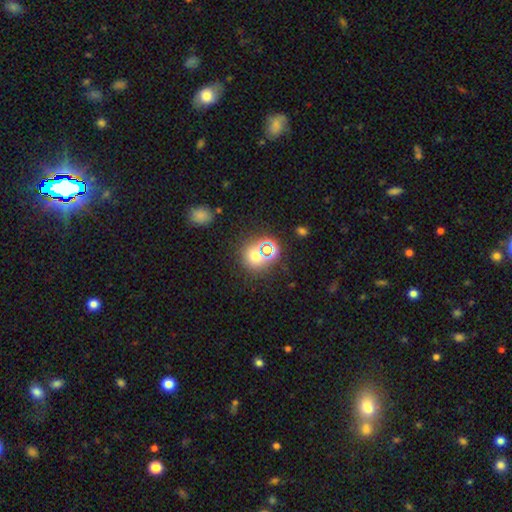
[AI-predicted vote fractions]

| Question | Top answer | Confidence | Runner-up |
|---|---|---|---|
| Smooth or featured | smooth | 56% | star or artifact (35%) |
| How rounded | round | 86% | in between (13%) |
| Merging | none | 75% | merger (11%) |